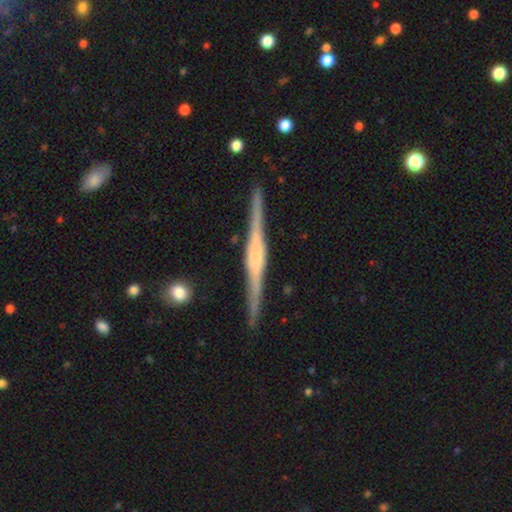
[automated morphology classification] smooth-or-featured: featured or disk: 85% | smooth: 10% | star or artifact: 5%
  disk-edge-on: yes: 98% | no: 2%
    edge-on-bulge: boxy: 51% | rounded: 40% | none: 9%
  merging: none: 89% | minor disturbance: 8% | major disturbance: 2% | merger: 1%